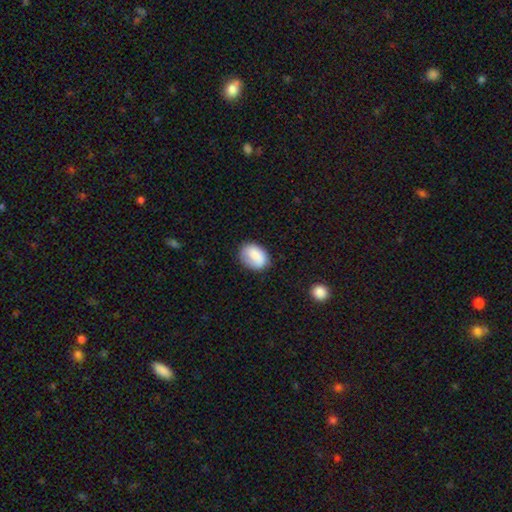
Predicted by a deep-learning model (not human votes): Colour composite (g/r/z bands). It shows a smooth galaxy with no disk features (76%) that is in between round and cigar-shaped (67%). Merging: none (71%).